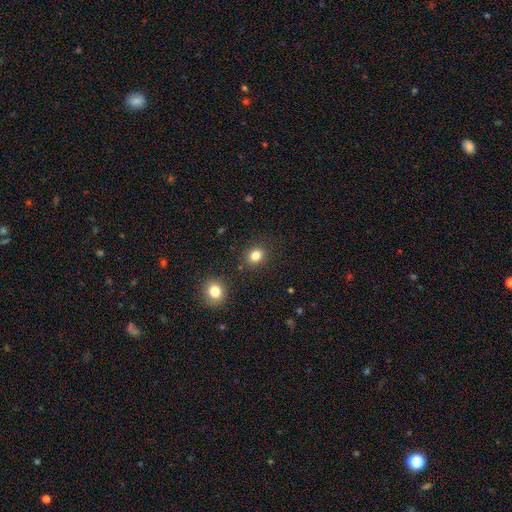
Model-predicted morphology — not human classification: The model was most divided on "how rounded": round: 64%, in between: 35%, cigar-shaped: 1%. More confident: merging — none (85%); smooth or featured — smooth (82%).